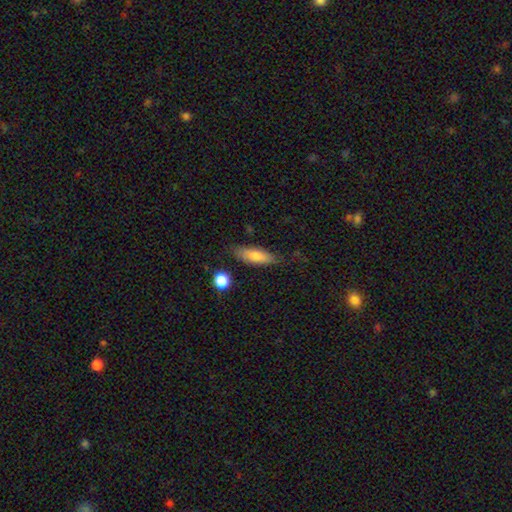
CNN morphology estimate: The model was most divided on "how rounded": in between: 53%, cigar-shaped: 45%, round: 2%. More confident: smooth or featured — smooth (77%); merging — none (77%).